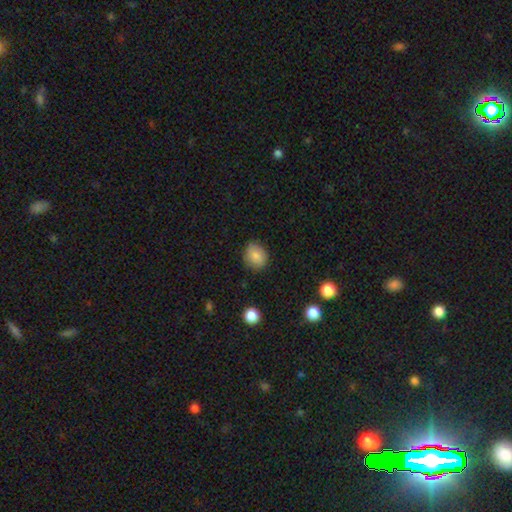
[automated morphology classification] A smooth galaxy with no disk features (85%) that is round (59%).

Vote fractions:
- Smooth or featured? smooth: 85% / star or artifact: 9% / featured or disk: 7%
- How rounded? round: 59% / in between: 40% / cigar-shaped: 1%
- Merging? none: 85% / minor disturbance: 12% / major disturbance: 3% / merger: 1%